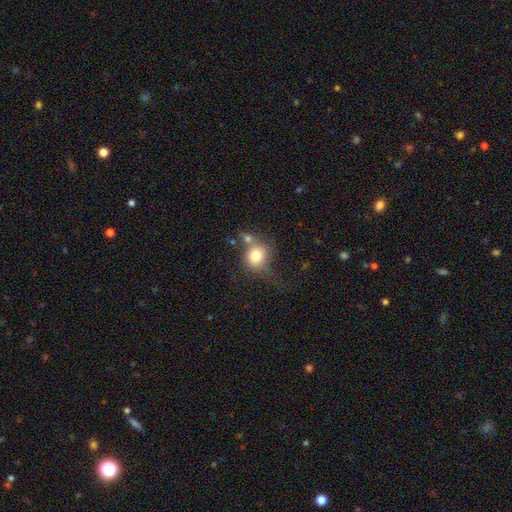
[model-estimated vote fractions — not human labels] This is likely a smooth galaxy (76%). How rounded: likely round (73%). Merging: marginally none (43%).